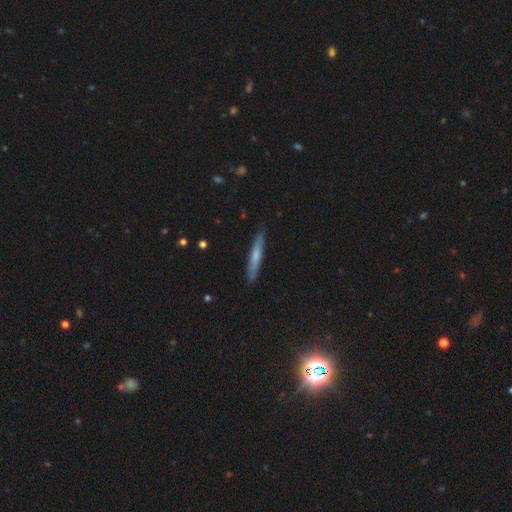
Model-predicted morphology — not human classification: Smooth or featured?
  - smooth: 58% *
  - featured or disk: 36%
  - star or artifact: 6%
How rounded?
  - cigar-shaped: 94% *
  - in between: 4%
  - round: 1%
Merging?
  - none: 86% *
  - minor disturbance: 11%
  - major disturbance: 2%
  - merger: 1%